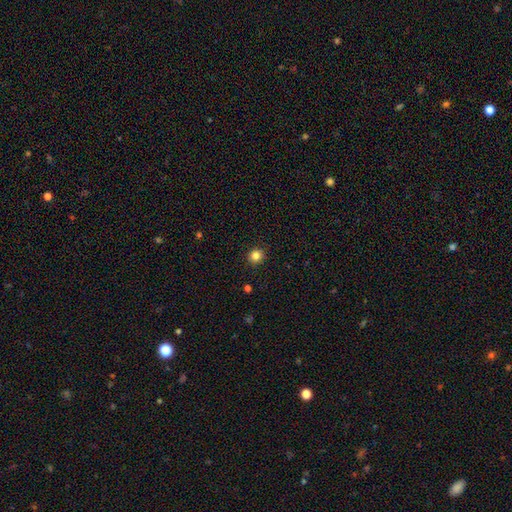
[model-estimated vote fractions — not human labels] Smooth or featured: smooth — 83% (star or artifact — 12%)
How rounded: round — 90% (in between — 10%)
Merging: none — 92% (minor disturbance — 6%)